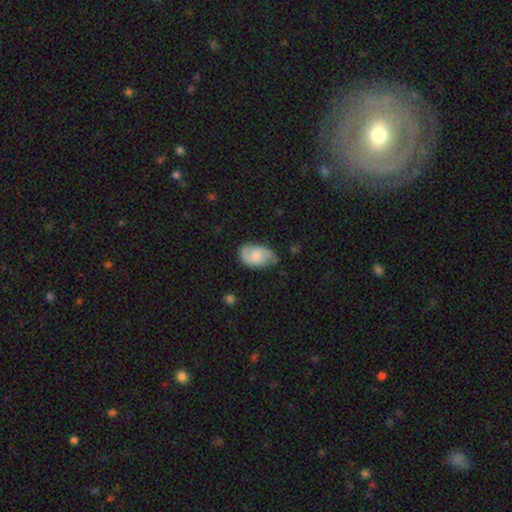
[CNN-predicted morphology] type=featured or disk (55%); edge-on=no (97%); bar=no (61%); spiral arms=yes (90%); bulge=small (42%); merging=none (64%).